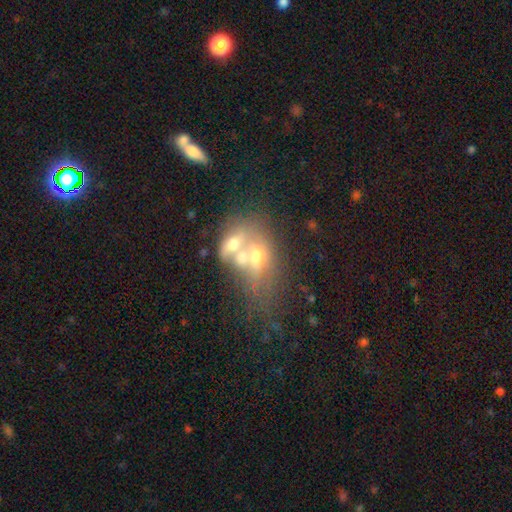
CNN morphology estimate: This appears to be a featured or disk galaxy (44%). Merging: merger (72%).